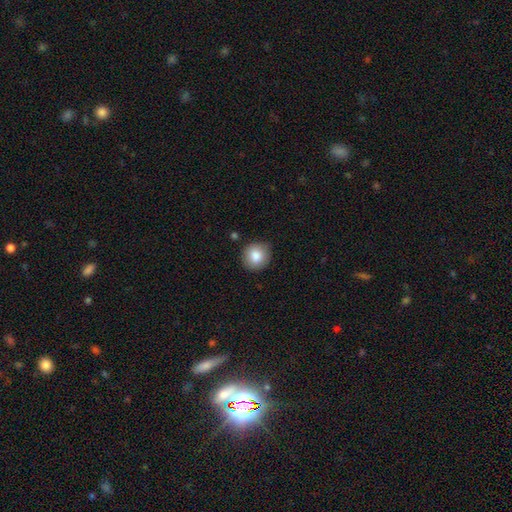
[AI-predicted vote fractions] smooth_or_featured: smooth (p=0.85) [alt: star or artifact p=0.09]
how_rounded: round (p=0.89) [alt: in between p=0.10]
merging: none (p=0.84) [alt: minor disturbance p=0.11]